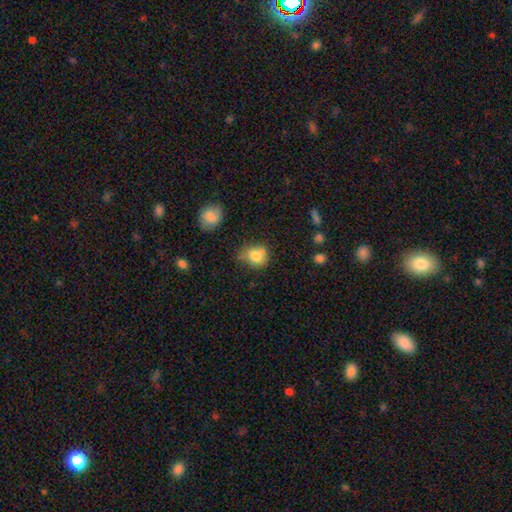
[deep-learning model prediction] smooth-or-featured: smooth: 76% | featured or disk: 13% | star or artifact: 11%
  how-rounded: round: 62% | in between: 37% | cigar-shaped: 1%
  merging: none: 48% | minor disturbance: 30% | merger: 11% | major disturbance: 11%